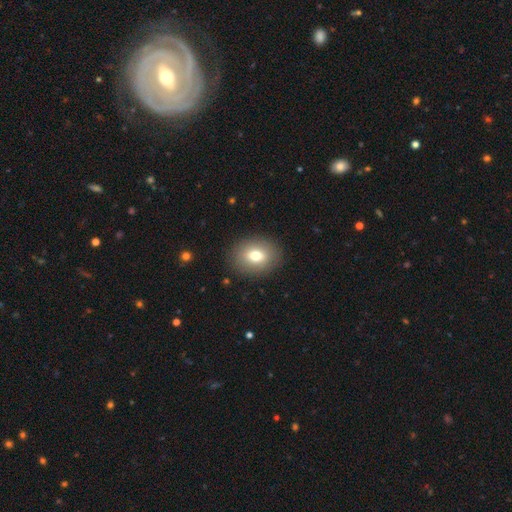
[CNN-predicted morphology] type=smooth (74%); roundness=in between (59%); merging=none (88%).